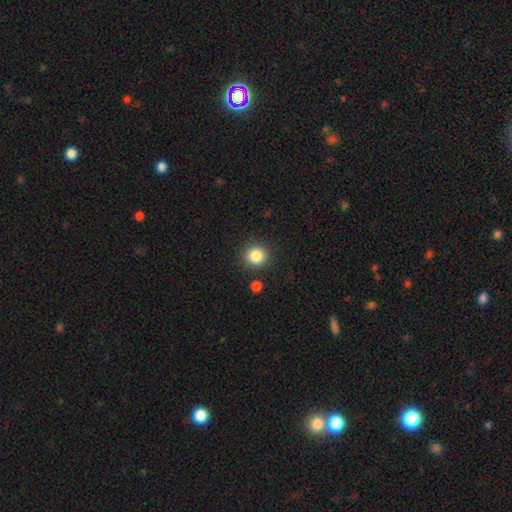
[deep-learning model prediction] Morphology: type=smooth (85%); roundness=round (93%); merging=none (87%).